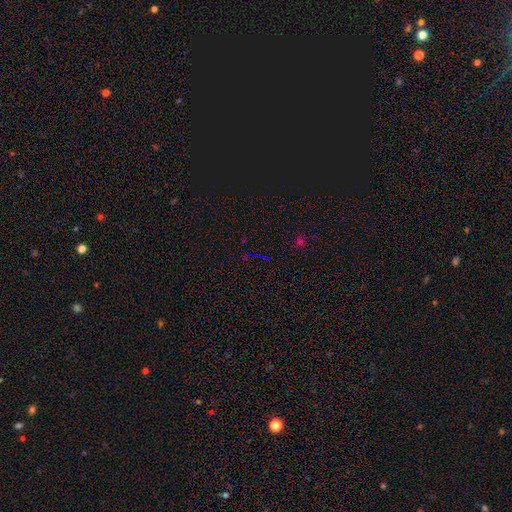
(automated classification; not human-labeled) smooth-or-featured: star or artifact: 73% | smooth: 14% | featured or disk: 13%